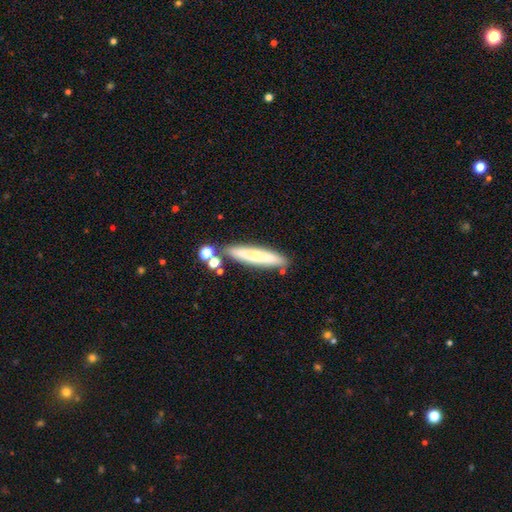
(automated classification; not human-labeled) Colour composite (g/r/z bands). It shows a smooth galaxy with no disk features (58%) that is cigar-shaped (89%). Merging: none (79%).